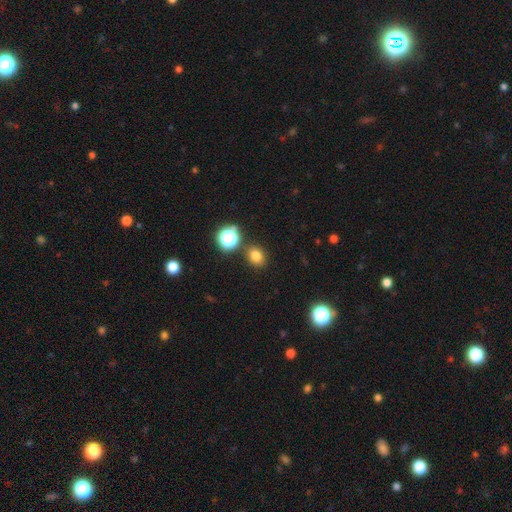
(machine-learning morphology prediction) Smooth or featured: smooth — 77% (star or artifact — 18%)
How rounded: round — 68% (in between — 31%)
Merging: none — 84% (minor disturbance — 8%)